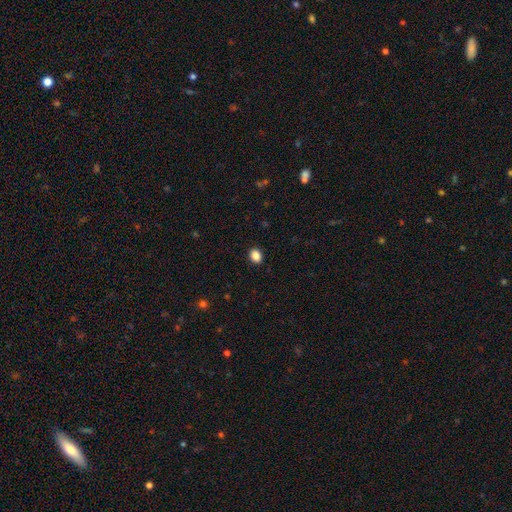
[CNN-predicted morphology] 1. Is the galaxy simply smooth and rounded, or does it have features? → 87% smooth, 10% star or artifact, 3% featured or disk.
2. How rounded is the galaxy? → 56% in between, 43% round, 1% cigar-shaped.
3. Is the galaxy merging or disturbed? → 91% none, 6% minor disturbance, 2% major disturbance, 1% merger.